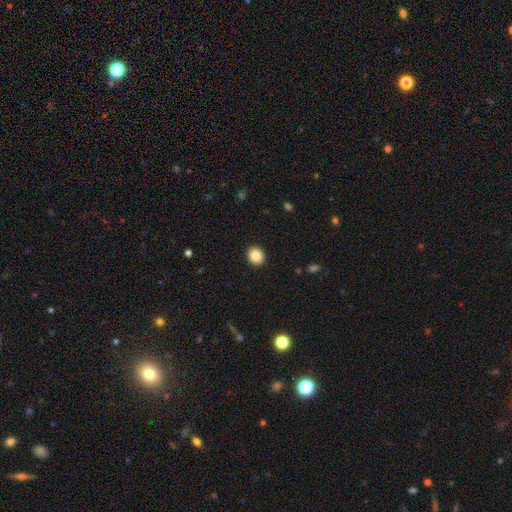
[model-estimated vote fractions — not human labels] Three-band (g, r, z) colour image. It shows a smooth galaxy with no disk features (87%) that is round (78%). Merging: none (93%).